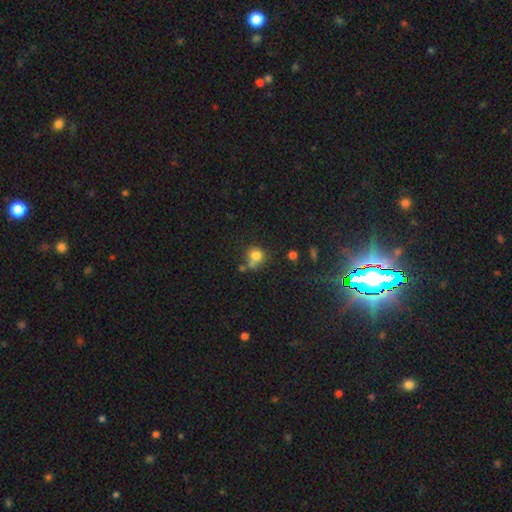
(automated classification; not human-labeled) Smooth or featured?
  - smooth: 78% *
  - star or artifact: 13%
  - featured or disk: 9%
How rounded?
  - round: 82% *
  - in between: 17%
  - cigar-shaped: 1%
Merging?
  - none: 48% *
  - merger: 29%
  - minor disturbance: 16%
  - major disturbance: 7%